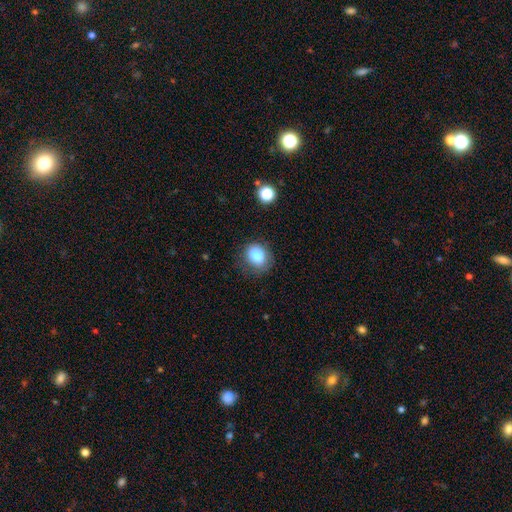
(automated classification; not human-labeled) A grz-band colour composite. It shows a smooth galaxy with no disk features (81%) that is round (53%). Merging: none (75%).